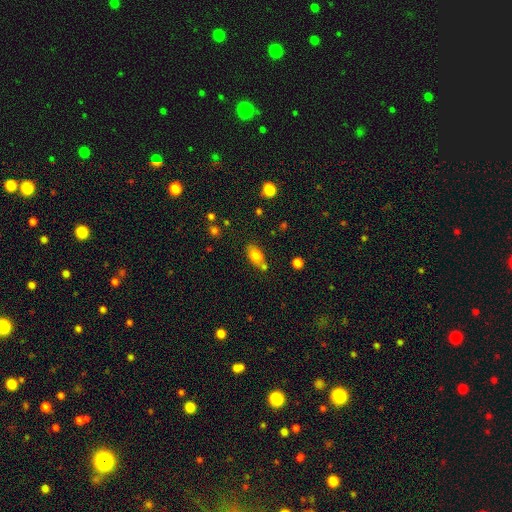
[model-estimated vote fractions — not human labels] A smooth galaxy with no disk features (79%) that is in between round and cigar-shaped (87%).

Vote fractions:
- Smooth or featured? smooth: 79% / featured or disk: 12% / star or artifact: 9%
- How rounded? in between: 87% / round: 9% / cigar-shaped: 5%
- Merging? none: 63% / merger: 17% / minor disturbance: 16% / major disturbance: 4%